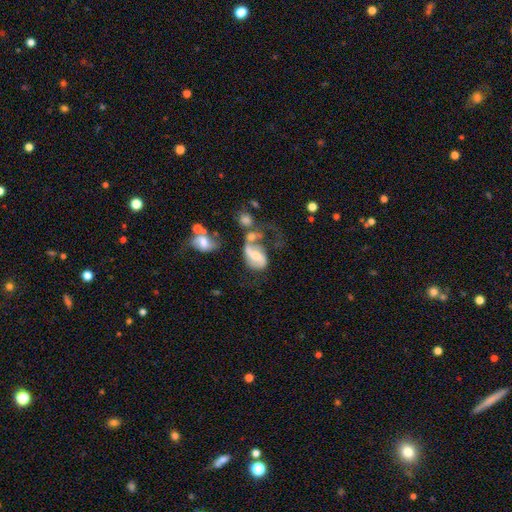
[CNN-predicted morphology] Smooth or featured? Predicted: featured or disk (p=0.70). Edge-on disk? Predicted: no (p=0.97). Bar? Predicted: weak (p=0.40). Spiral arms? Predicted: yes (p=0.84). Spiral winding? Predicted: loose (p=0.50). Spiral arm count? Predicted: 2 (p=0.73). Bulge size? Predicted: moderate (p=0.58). Merging? Predicted: major disturbance (p=0.30).